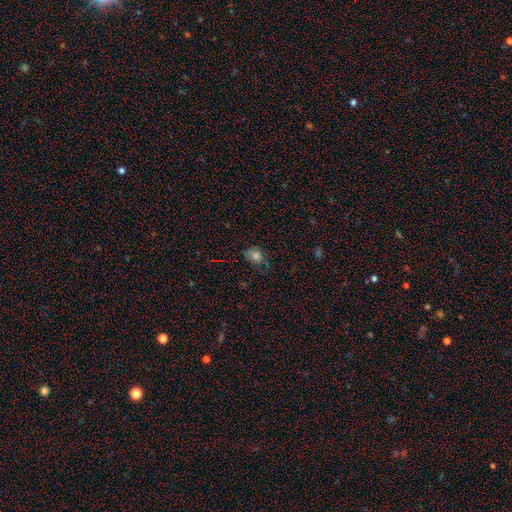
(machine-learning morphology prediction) A smooth galaxy with no disk features (73%) that is in between round and cigar-shaped (60%). Merging: none (62%).